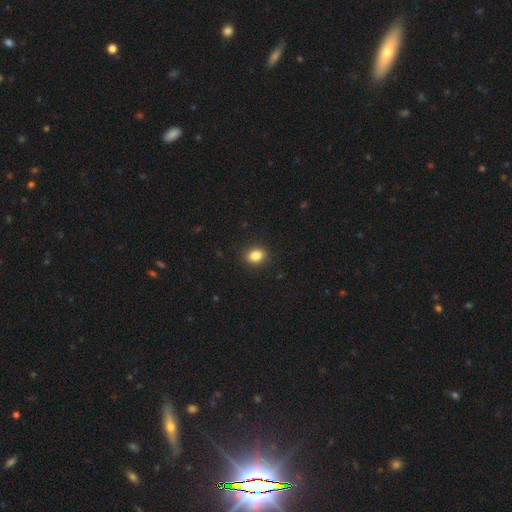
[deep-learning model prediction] Smooth or featured? Predicted: smooth (p=0.85). How rounded? Predicted: in between (p=0.54). Merging? Predicted: none (p=0.90).